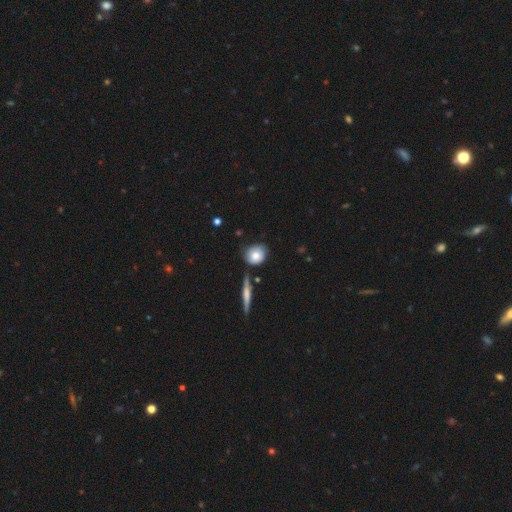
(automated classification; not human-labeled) smooth-or-featured: smooth: 75% | featured or disk: 17% | star or artifact: 8%
  how-rounded: round: 71% | in between: 26% | cigar-shaped: 3%
  merging: none: 73% | minor disturbance: 17% | merger: 7% | major disturbance: 4%